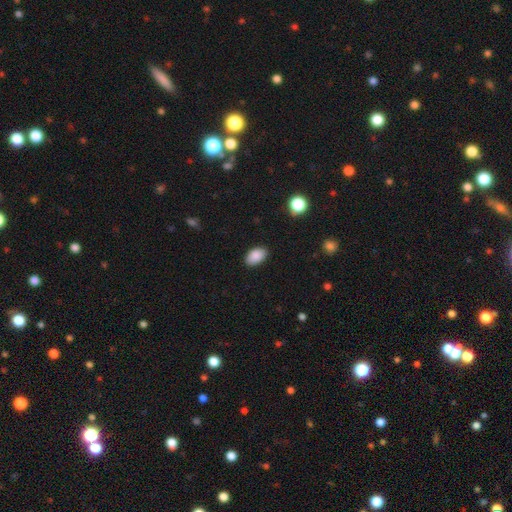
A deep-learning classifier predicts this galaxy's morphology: smooth 88%, star or artifact 7%, featured or disk 4%. Down the decision tree: how rounded — in between (92%); merging — none (87%).